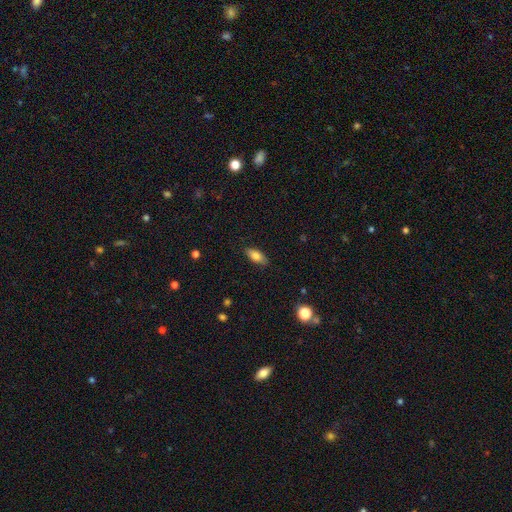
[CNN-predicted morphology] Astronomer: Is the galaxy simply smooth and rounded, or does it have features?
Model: smooth — 79%.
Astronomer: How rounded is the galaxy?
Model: in between — 83%.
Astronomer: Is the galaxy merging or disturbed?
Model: none — 87%.